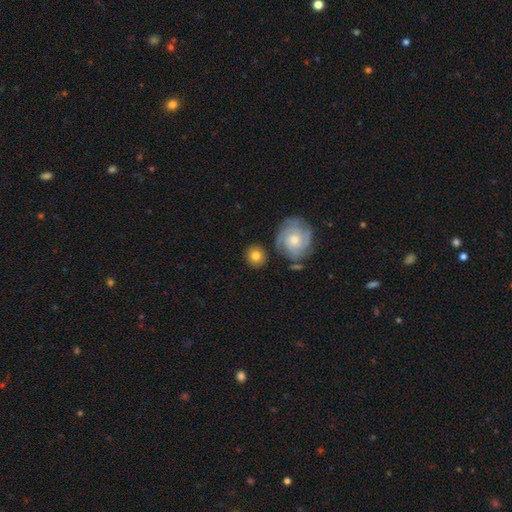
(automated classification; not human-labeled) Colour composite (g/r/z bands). It shows a smooth galaxy with no disk features (73%) that is round (87%). Merging: none (81%).